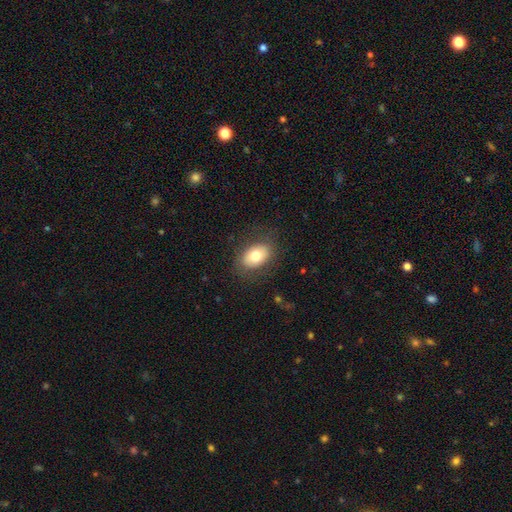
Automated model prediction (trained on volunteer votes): smooth-or-featured: smooth: 75% | featured or disk: 17% | star or artifact: 8%
  how-rounded: in between: 85% | round: 14% | cigar-shaped: 1%
  merging: none: 81% | minor disturbance: 13% | major disturbance: 5% | merger: 1%